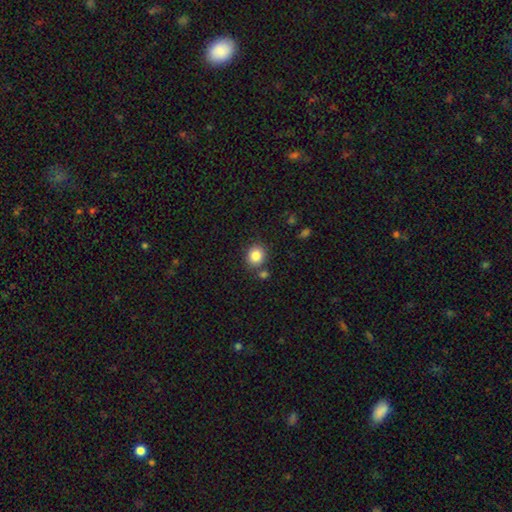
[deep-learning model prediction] A smooth galaxy with no disk features (85%) that is round (79%).

Vote fractions:
- Smooth or featured? smooth: 85% / star or artifact: 10% / featured or disk: 5%
- How rounded? round: 79% / in between: 20% / cigar-shaped: 1%
- Merging? none: 78% / minor disturbance: 10% / merger: 9% / major disturbance: 3%